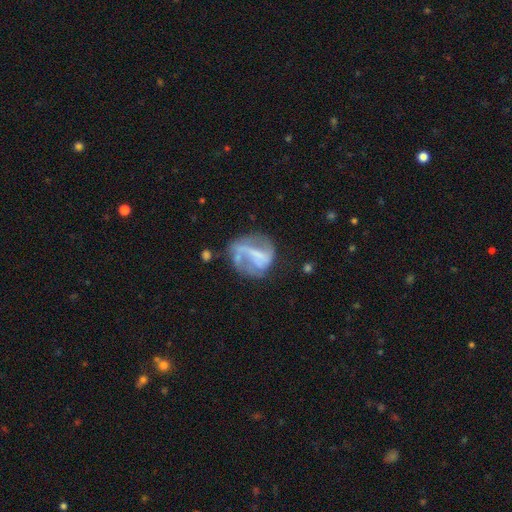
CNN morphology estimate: This is likely a featured or disk galaxy (65%). It is clearly not viewed edge-on (97%). Bar: marginally strong (36%). Spiral arm pattern: likely yes (62%). Central bulge: possibly none (52%). Merging: marginally none (40%).